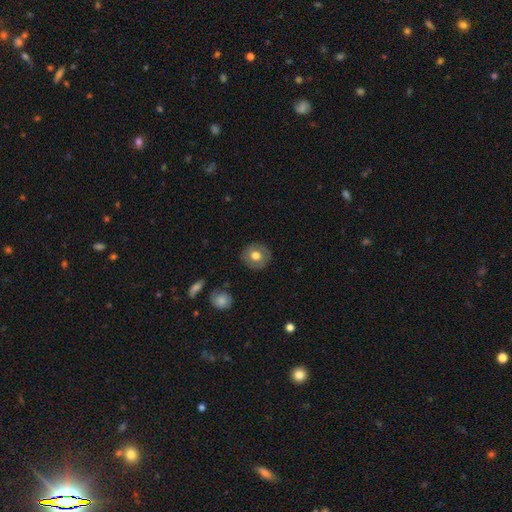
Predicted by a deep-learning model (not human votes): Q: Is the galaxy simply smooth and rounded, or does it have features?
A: smooth — 70%.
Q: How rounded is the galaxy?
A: round — 90%.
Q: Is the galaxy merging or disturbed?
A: none — 89%.